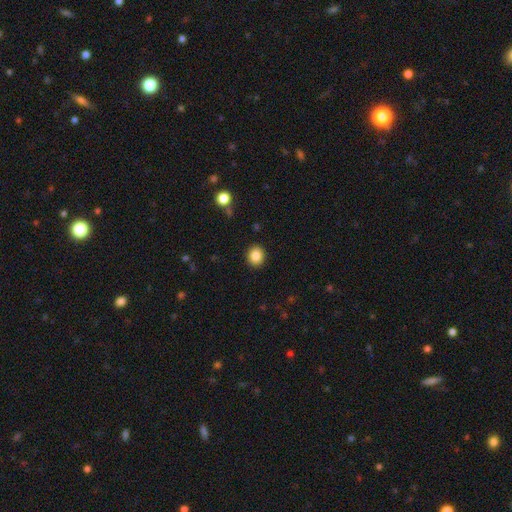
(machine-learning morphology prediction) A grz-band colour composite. It shows a smooth galaxy with no disk features (85%) that is round (71%). Merging: none (91%).